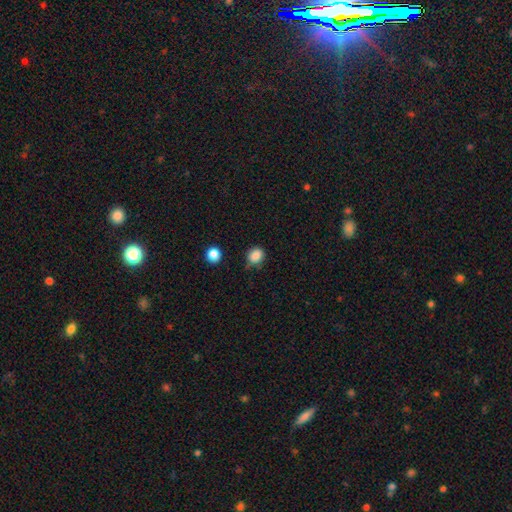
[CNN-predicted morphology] The model was most divided on "how rounded": round: 63%, in between: 36%, cigar-shaped: 1%. More confident: smooth or featured — smooth (86%); merging — none (71%).